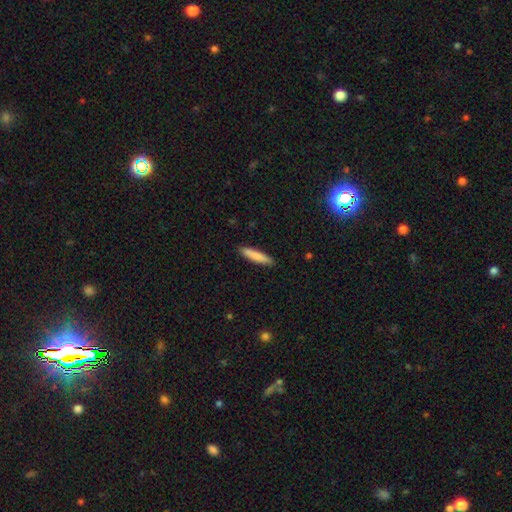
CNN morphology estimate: Overall: smooth (81%). How rounded: cigar-shaped (88%). Merging: none (90%).